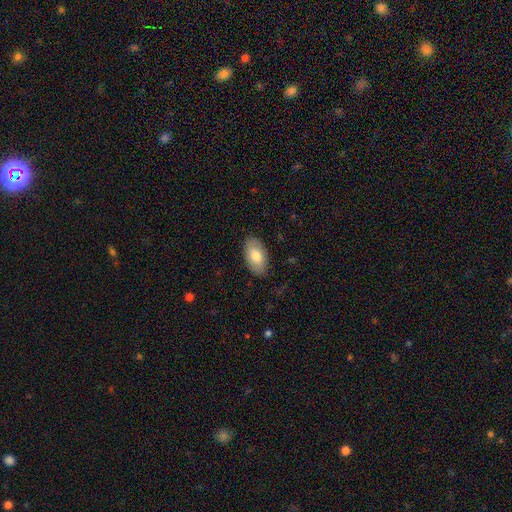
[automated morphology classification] type=smooth (75%); roundness=in between (94%); merging=none (86%).